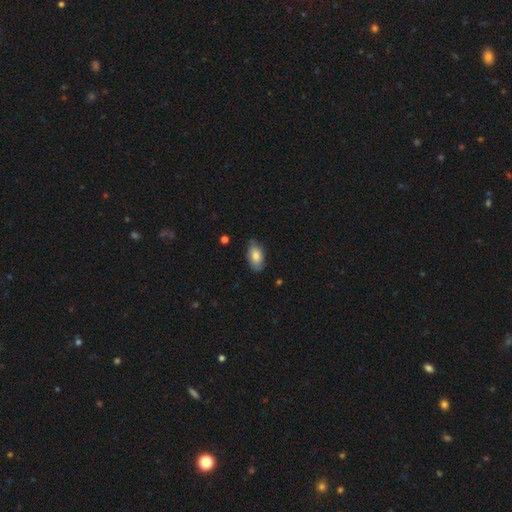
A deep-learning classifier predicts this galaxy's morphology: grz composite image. It shows a smooth galaxy with no disk features (77%) that is in between round and cigar-shaped (93%). Merging: none (74%).